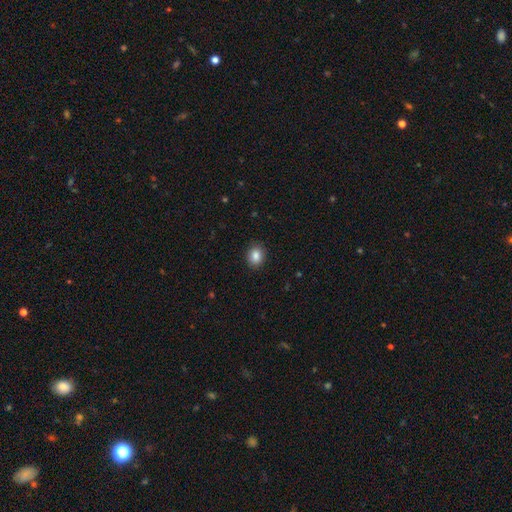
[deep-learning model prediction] A smooth galaxy with no disk features (86%) that is round (50%).

Vote fractions:
- Smooth or featured? smooth: 86% / star or artifact: 9% / featured or disk: 5%
- How rounded? round: 50% / in between: 49% / cigar-shaped: 1%
- Merging? none: 89% / minor disturbance: 8% / major disturbance: 2% / merger: 1%